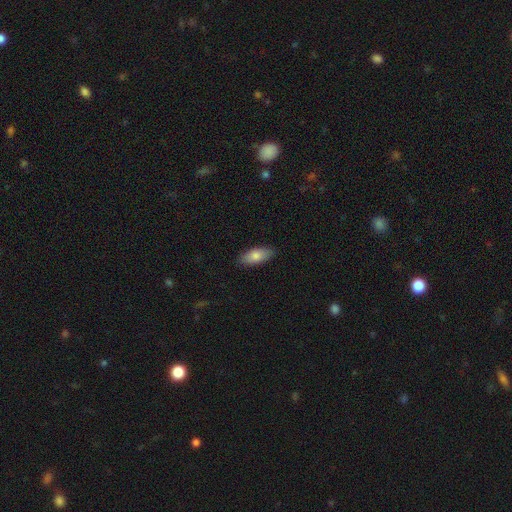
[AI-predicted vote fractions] Smooth or featured? smooth (80%)
How rounded? in between (83%)
Merging? none (88%)